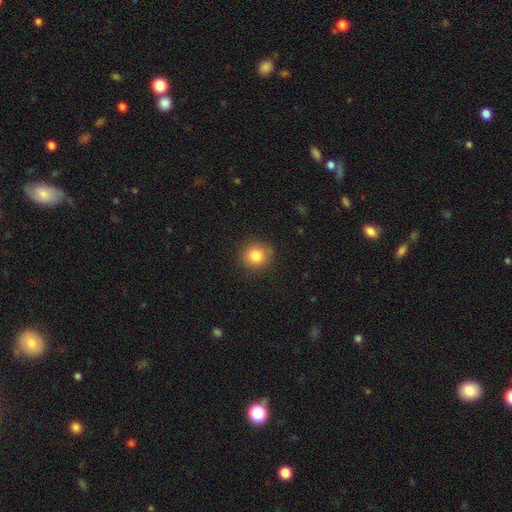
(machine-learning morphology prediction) smooth-or-featured: smooth: 83% | star or artifact: 10% | featured or disk: 7%
  how-rounded: round: 87% | in between: 12% | cigar-shaped: 1%
  merging: none: 88% | minor disturbance: 9% | major disturbance: 3% | merger: 1%